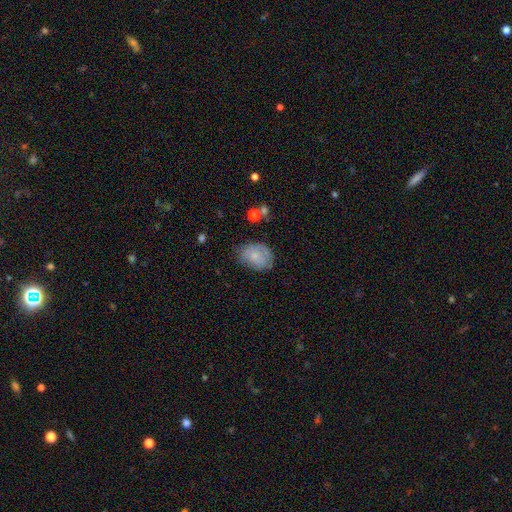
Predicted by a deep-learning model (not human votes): This appears to be a smooth galaxy with no disk features (68%) that is in between round and cigar-shaped (68%). Merging: none (61%).